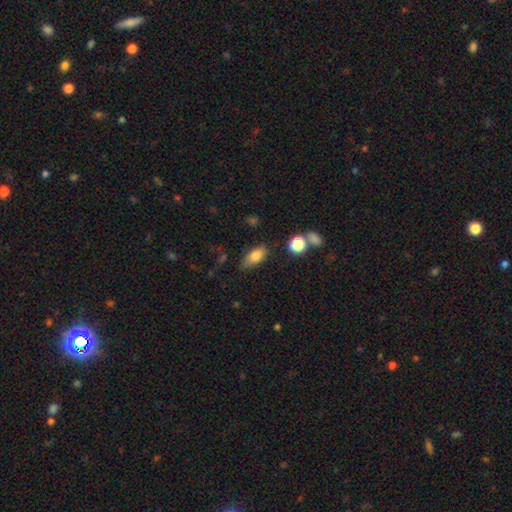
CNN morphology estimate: Smooth or featured: smooth — 79% (featured or disk — 11%)
How rounded: in between — 82% (cigar-shaped — 11%)
Merging: none — 76% (minor disturbance — 17%)